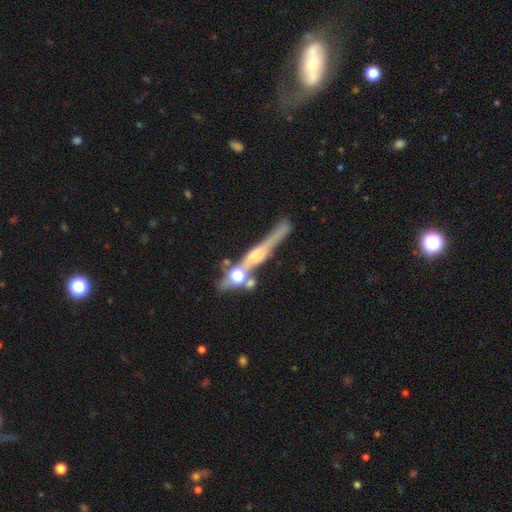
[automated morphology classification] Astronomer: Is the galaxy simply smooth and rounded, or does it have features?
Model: featured or disk — 58%.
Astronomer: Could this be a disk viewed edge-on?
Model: yes — 84%.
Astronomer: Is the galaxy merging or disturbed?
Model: none — 51%.